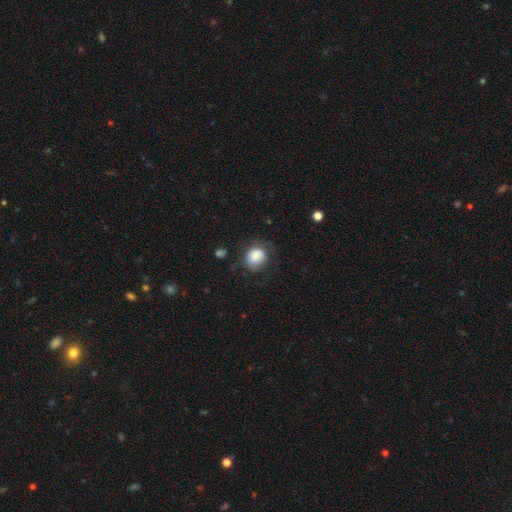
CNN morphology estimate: Smooth or featured?
  - smooth: 82% *
  - featured or disk: 10%
  - star or artifact: 8%
How rounded?
  - round: 67% *
  - in between: 32%
  - cigar-shaped: 1%
Merging?
  - none: 59% *
  - minor disturbance: 24%
  - major disturbance: 15%
  - merger: 2%